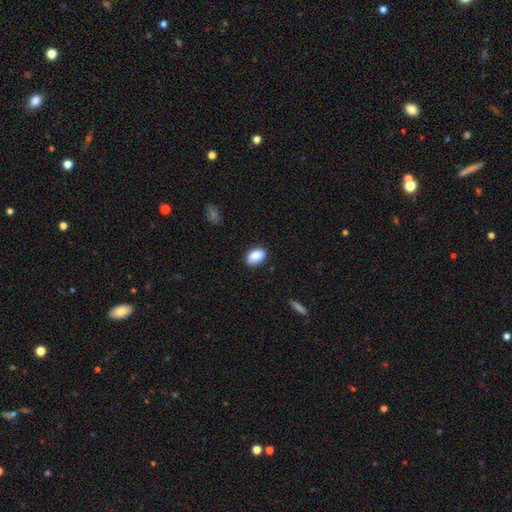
Smooth or featured? 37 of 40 (92%) said smooth. How rounded? 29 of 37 (78%) said in between. Merging? 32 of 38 (84%) said none.